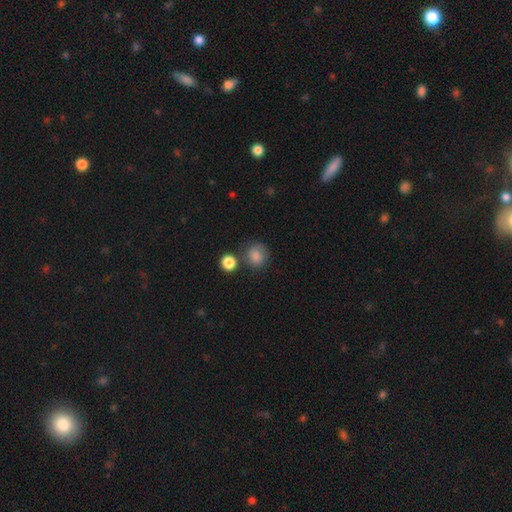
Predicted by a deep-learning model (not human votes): Smooth or featured?
  - smooth: 84% *
  - star or artifact: 10%
  - featured or disk: 7%
How rounded?
  - round: 84% *
  - in between: 15%
  - cigar-shaped: 1%
Merging?
  - none: 69% *
  - minor disturbance: 16%
  - merger: 9%
  - major disturbance: 5%